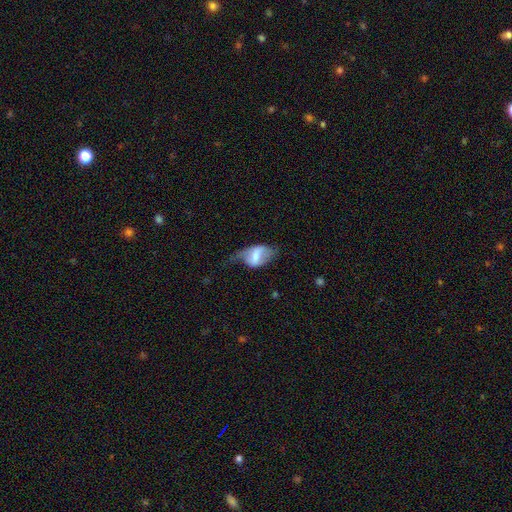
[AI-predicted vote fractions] Overall: featured or disk (48%; smooth 44%). Merging: major disturbance (33%; none 32%).